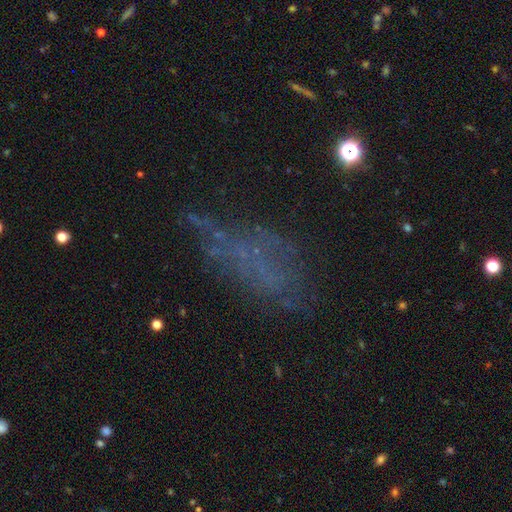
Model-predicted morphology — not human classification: smooth 36%, featured or disk 33%, star or artifact 32%. Down the decision tree: merging — none (45%).